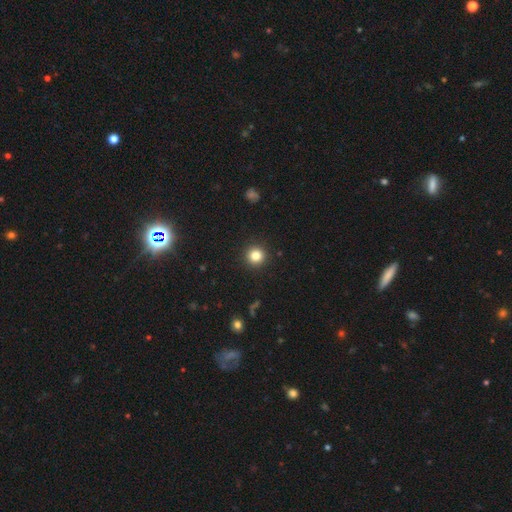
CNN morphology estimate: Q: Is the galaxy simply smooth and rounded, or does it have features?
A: smooth — 83%.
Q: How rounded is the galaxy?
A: round — 94%.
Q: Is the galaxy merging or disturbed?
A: none — 92%.